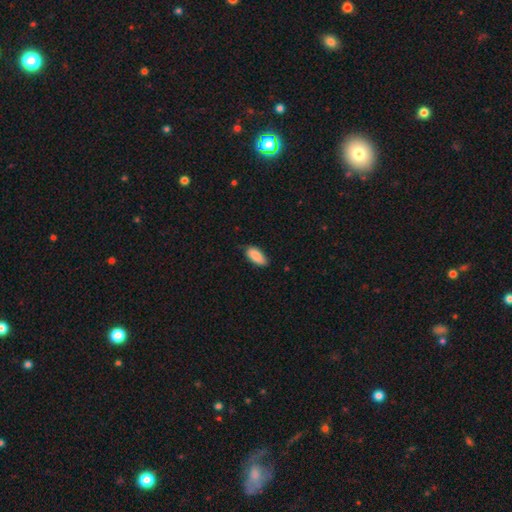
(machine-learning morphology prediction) This appears to be a smooth galaxy with no disk features (89%) that is in between round and cigar-shaped (87%). Merging: none (76%).